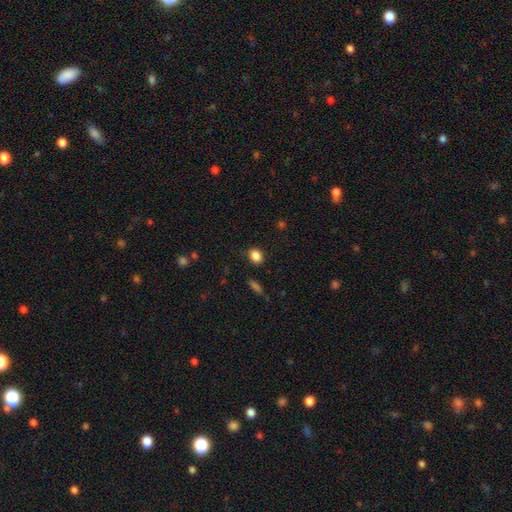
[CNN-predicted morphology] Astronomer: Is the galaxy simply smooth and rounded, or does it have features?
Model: smooth — 86%.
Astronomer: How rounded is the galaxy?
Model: in between — 63%.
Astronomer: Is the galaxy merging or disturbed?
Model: none — 83%.